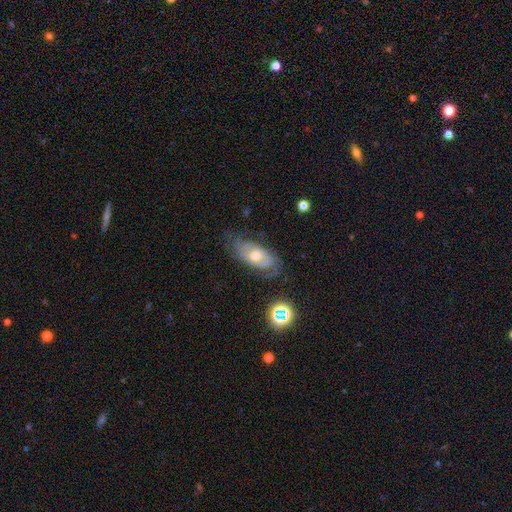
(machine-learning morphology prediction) This is likely a featured or disk galaxy (69%). It is clearly not viewed edge-on (90%). Bar: likely no (75%). Spiral arm pattern: likely yes (78%). Central bulge: likely moderate (67%). Merging: likely none (65%).